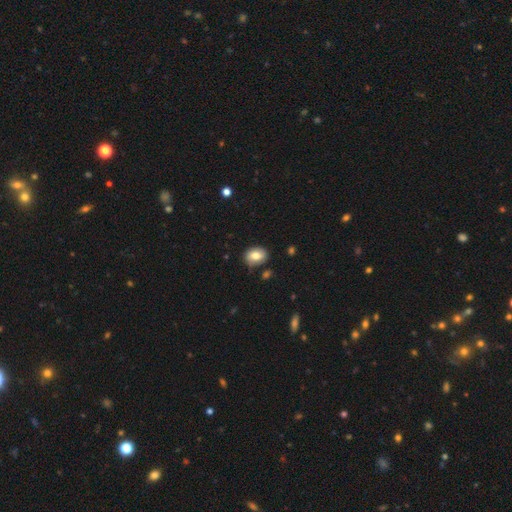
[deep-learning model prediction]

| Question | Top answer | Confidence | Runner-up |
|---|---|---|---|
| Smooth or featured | smooth | 77% | featured or disk (15%) |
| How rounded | in between | 67% | round (32%) |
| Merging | none | 80% | minor disturbance (14%) |